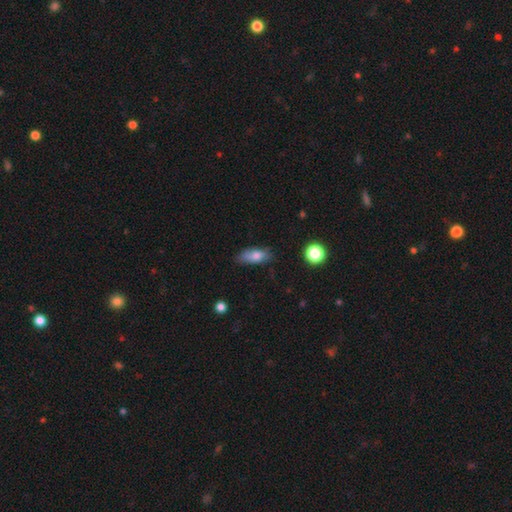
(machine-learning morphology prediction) Smooth or featured? smooth (75%)
How rounded? in between (79%)
Merging? none (64%)